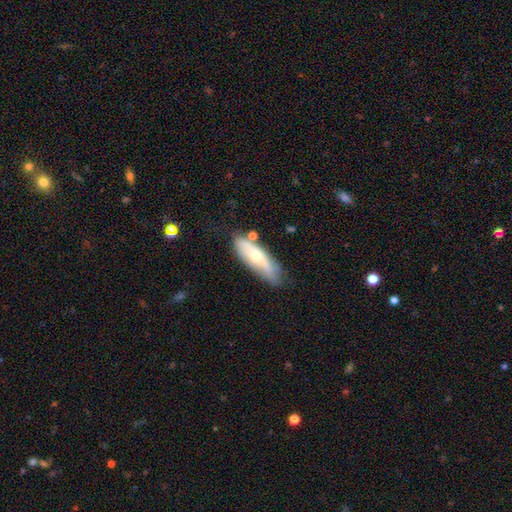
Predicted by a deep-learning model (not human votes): smooth 50%, featured or disk 44%, star or artifact 6%. Down the decision tree: merging — none (64%).